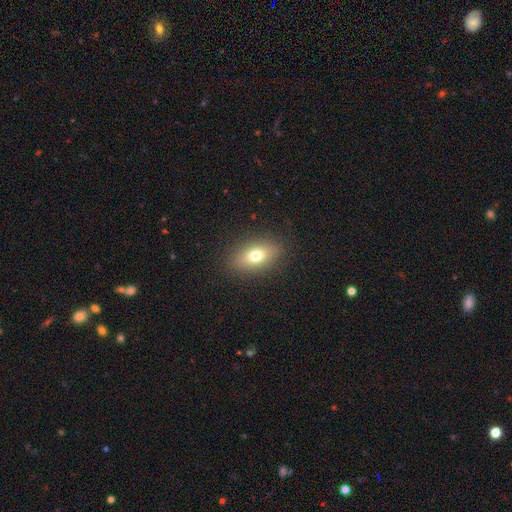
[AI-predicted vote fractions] Smooth or featured? Predicted: smooth (p=0.72). How rounded? Predicted: in between (p=0.81). Merging? Predicted: none (p=0.87).